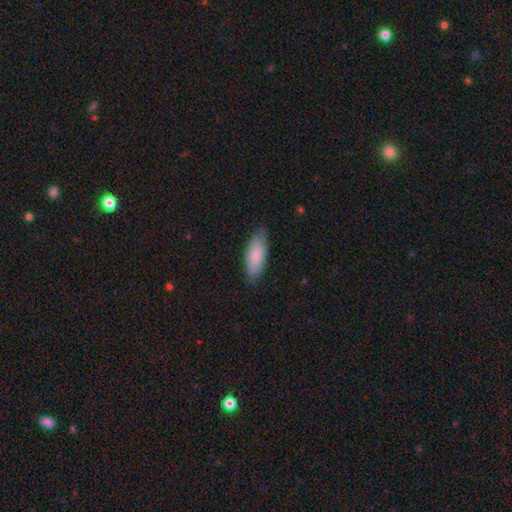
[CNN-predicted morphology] type=smooth (80%); roundness=in between (76%); merging=none (81%).